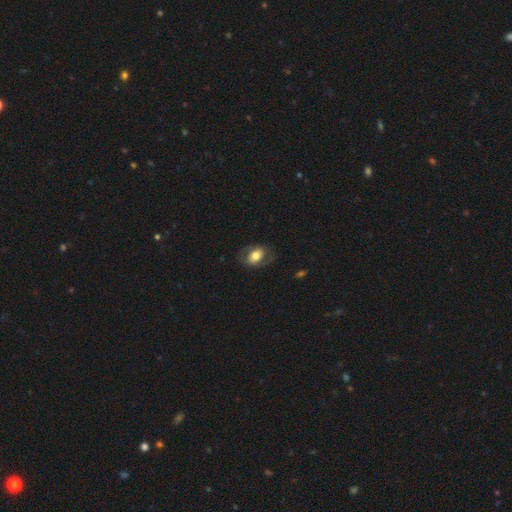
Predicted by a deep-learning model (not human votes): The model was most divided on "smooth or featured": smooth: 58%, featured or disk: 34%, star or artifact: 7%. More confident: how rounded — in between (77%); merging — none (71%).